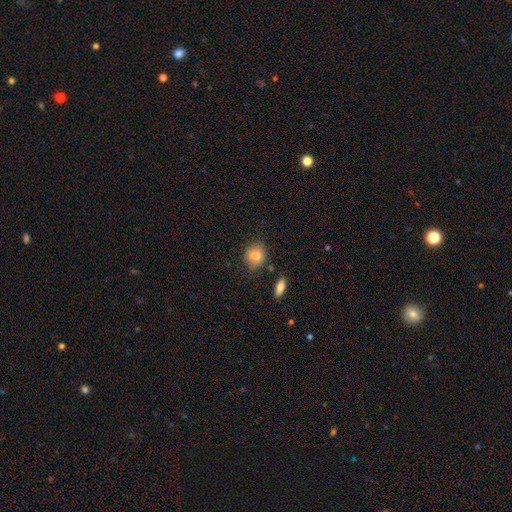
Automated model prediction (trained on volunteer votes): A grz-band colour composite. It shows a smooth galaxy with no disk features (82%) that is round (60%). Merging: none (67%).